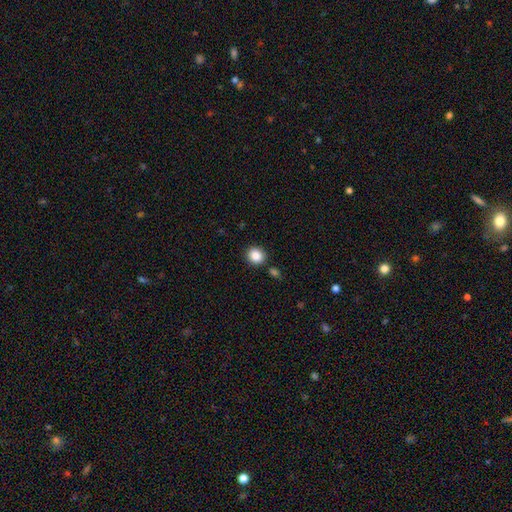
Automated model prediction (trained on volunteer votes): This is clearly a smooth galaxy (86%). How rounded: clearly round (84%). Merging: clearly none (88%).